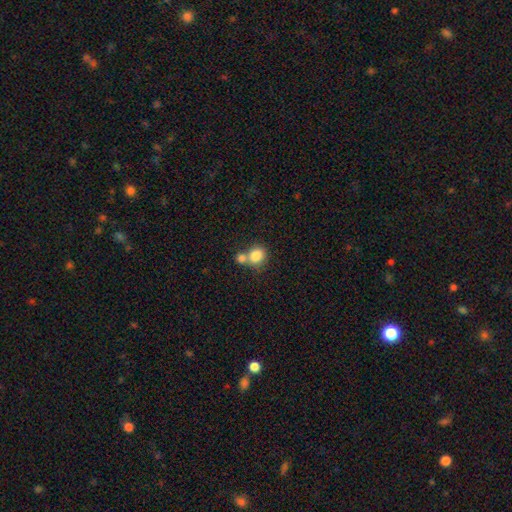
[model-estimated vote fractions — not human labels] The model was most divided on "merging": merger: 50%, none: 38%, minor disturbance: 8%, major disturbance: 4%. More confident: smooth or featured — smooth (82%); how rounded — round (68%).